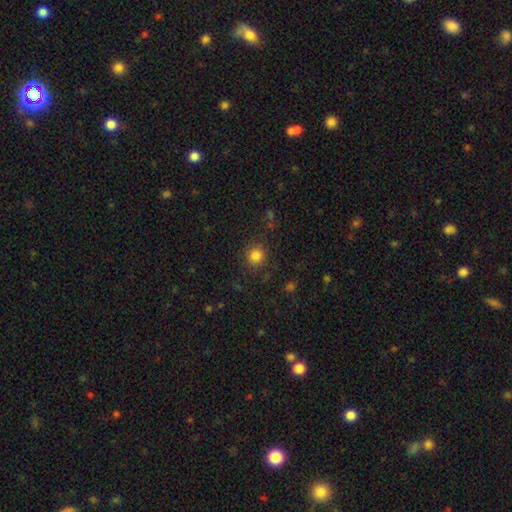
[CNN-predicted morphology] Smooth or featured?
  - smooth: 82% *
  - star or artifact: 13%
  - featured or disk: 5%
How rounded?
  - round: 90% *
  - in between: 9%
  - cigar-shaped: 1%
Merging?
  - none: 86% *
  - minor disturbance: 9%
  - major disturbance: 4%
  - merger: 2%